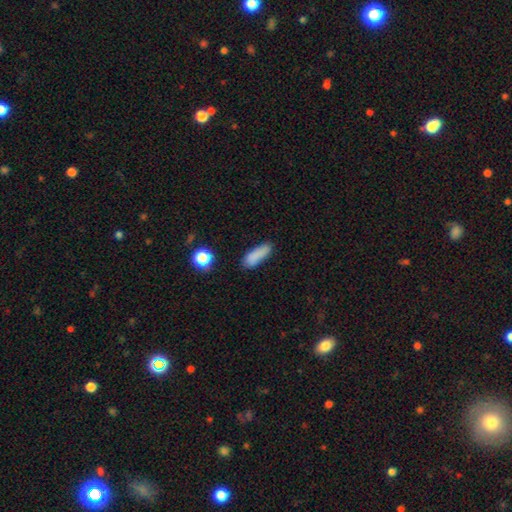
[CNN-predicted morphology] This appears to be a smooth galaxy with no disk features (83%) that is cigar-shaped (49%). Merging: none (67%).